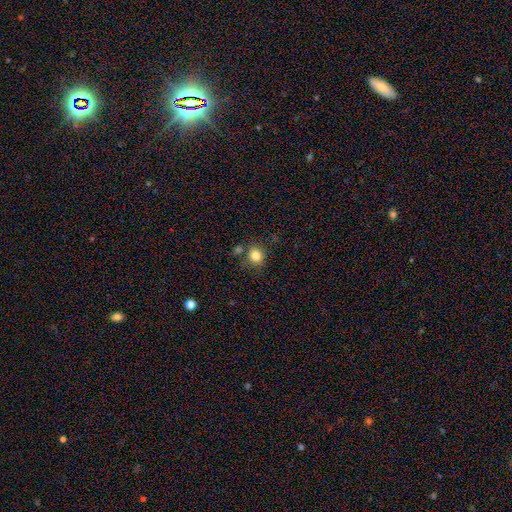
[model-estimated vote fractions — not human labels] A smooth galaxy with no disk features (82%) that is round (79%). Merging: none (75%).